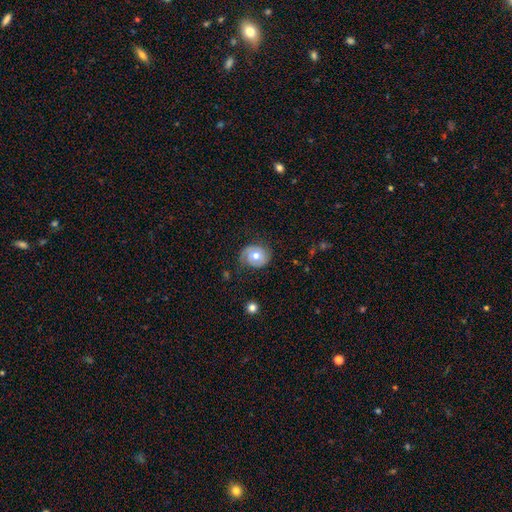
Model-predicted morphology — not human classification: A smooth galaxy with no disk features (49%).

Vote fractions:
- Smooth or featured? smooth: 49% / featured or disk: 43% / star or artifact: 8%
- Merging? none: 68% / minor disturbance: 22% / major disturbance: 9% / merger: 1%